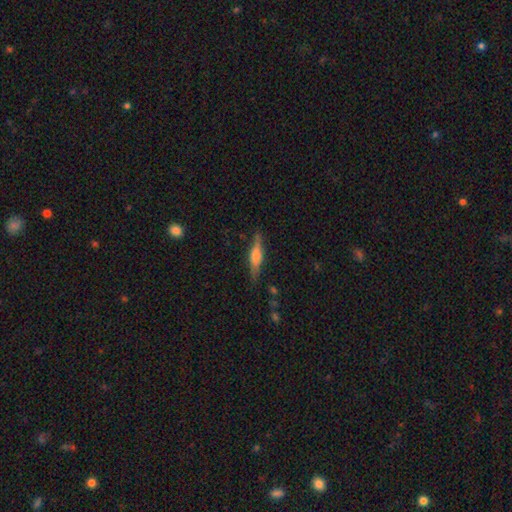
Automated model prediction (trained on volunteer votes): Smooth or featured: featured or disk — 57% (smooth — 36%)
Edge-on disk: yes — 96% (no — 4%)
Edge-on bulge: rounded — 79% (boxy — 15%)
Merging: none — 85% (minor disturbance — 11%)